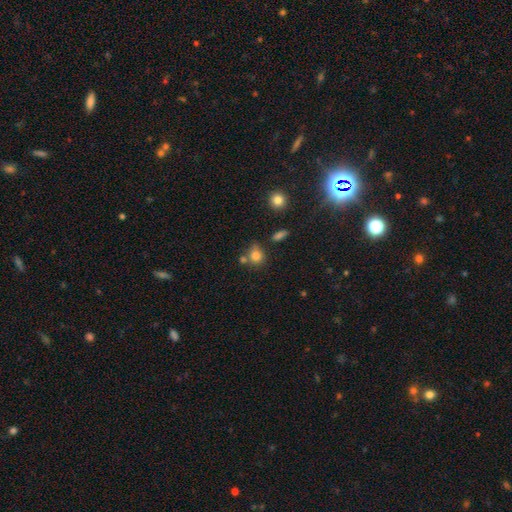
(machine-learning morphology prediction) smooth 80%, star or artifact 12%, featured or disk 8%. Down the decision tree: how rounded — round (77%); merging — none (58%).